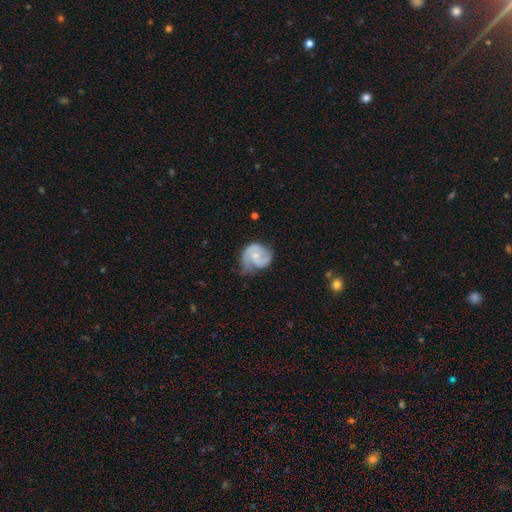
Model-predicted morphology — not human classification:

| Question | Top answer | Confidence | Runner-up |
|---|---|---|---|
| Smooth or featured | featured or disk | 74% | smooth (20%) |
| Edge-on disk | no | 98% | yes (2%) |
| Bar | no | 64% | weak (30%) |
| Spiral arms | yes | 93% | no (7%) |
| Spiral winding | medium | 43% | tight (40%) |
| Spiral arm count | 2 | 67% | 1 (16%) |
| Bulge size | small | 55% | moderate (34%) |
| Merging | none | 47% | minor disturbance (33%) |